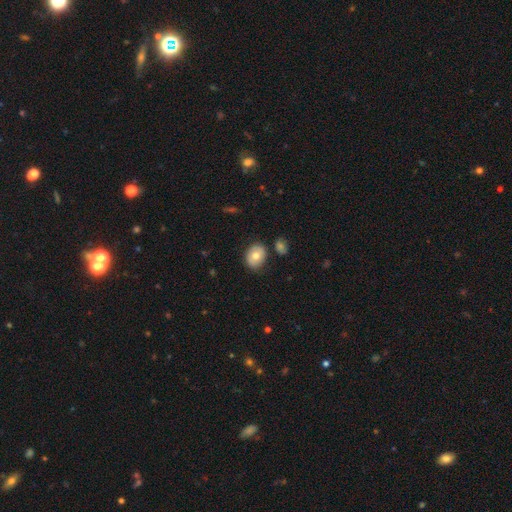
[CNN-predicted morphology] A smooth galaxy with no disk features (73%) that is in between round and cigar-shaped (56%).

Vote fractions:
- Smooth or featured? smooth: 73% / featured or disk: 19% / star or artifact: 8%
- How rounded? in between: 56% / round: 43% / cigar-shaped: 1%
- Merging? none: 78% / minor disturbance: 14% / merger: 5% / major disturbance: 3%